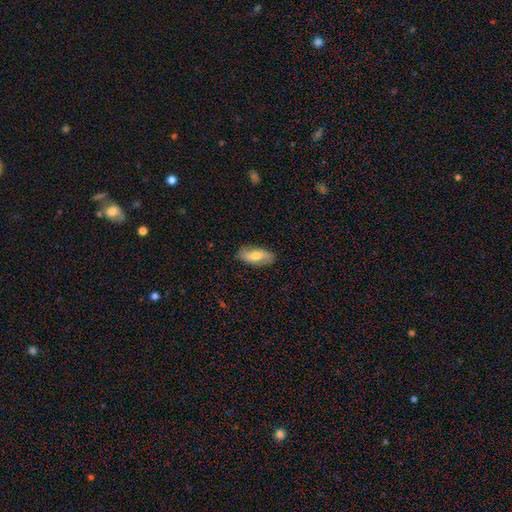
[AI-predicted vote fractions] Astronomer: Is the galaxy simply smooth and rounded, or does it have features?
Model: smooth — 61%.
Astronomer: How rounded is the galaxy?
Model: in between — 83%.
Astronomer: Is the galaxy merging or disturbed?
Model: none — 86%.